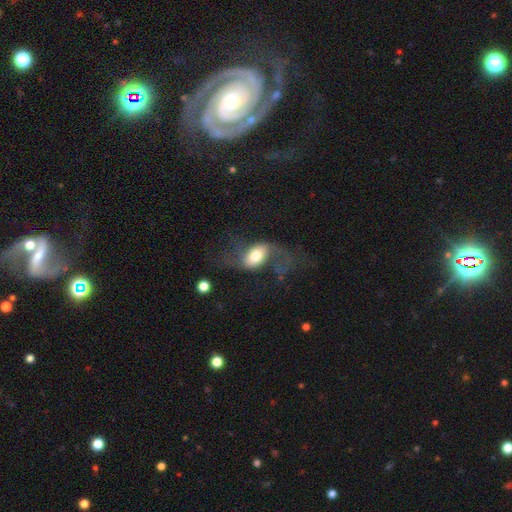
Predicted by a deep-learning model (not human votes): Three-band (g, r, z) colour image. It shows a featured or disk galaxy (48%). Merging: major disturbance (42%).